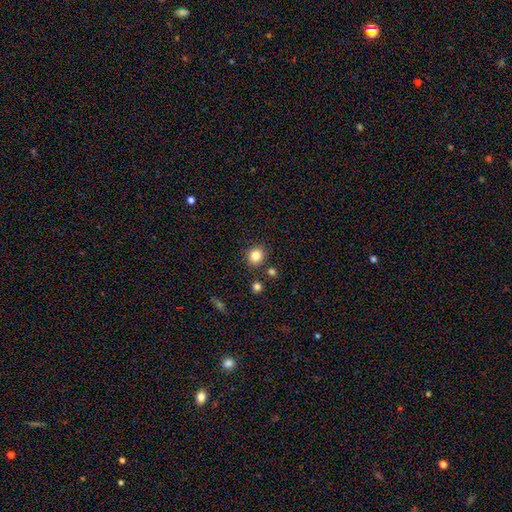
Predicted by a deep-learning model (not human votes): Smooth or featured: smooth — 83% (star or artifact — 11%)
How rounded: round — 82% (in between — 17%)
Merging: none — 85% (minor disturbance — 8%)